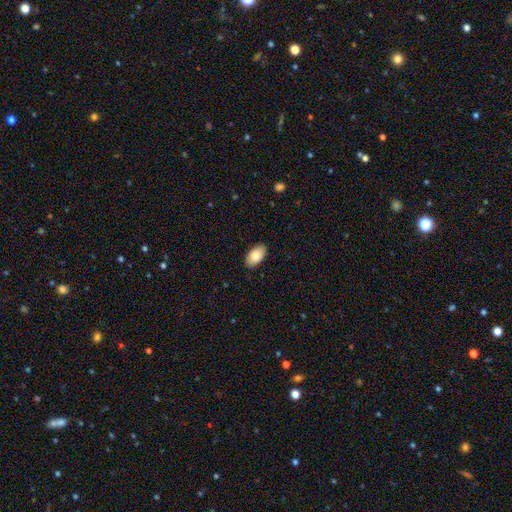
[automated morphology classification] Smooth or featured? Predicted: smooth (p=0.86). How rounded? Predicted: in between (p=0.95). Merging? Predicted: none (p=0.89).